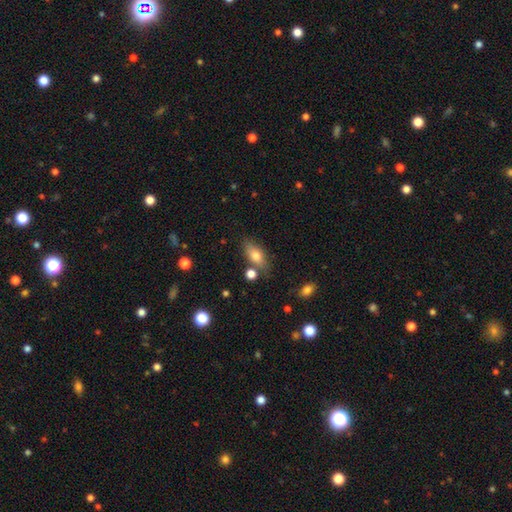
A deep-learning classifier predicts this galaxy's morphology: Smooth or featured? Predicted: smooth (p=0.75). How rounded? Predicted: in between (p=0.81). Merging? Predicted: none (p=0.73).